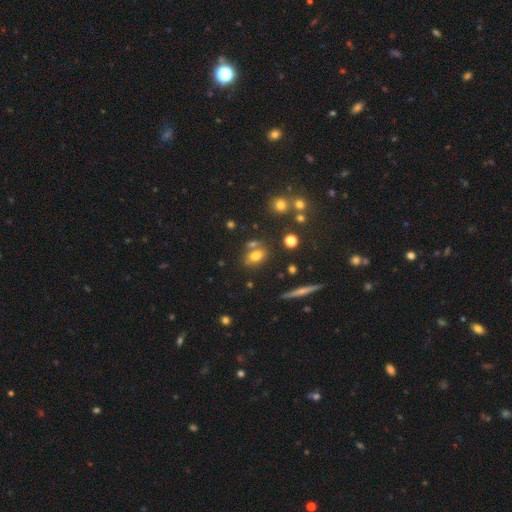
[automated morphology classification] Smooth or featured: smooth — 73% (featured or disk — 14%)
How rounded: in between — 78% (round — 18%)
Merging: none — 64% (merger — 19%)